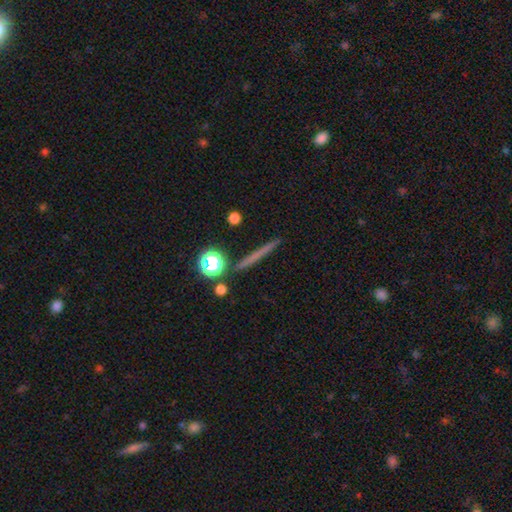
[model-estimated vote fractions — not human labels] smooth-or-featured: smooth: 49% | featured or disk: 38% | star or artifact: 13%
  merging: none: 89% | minor disturbance: 6% | merger: 3% | major disturbance: 2%